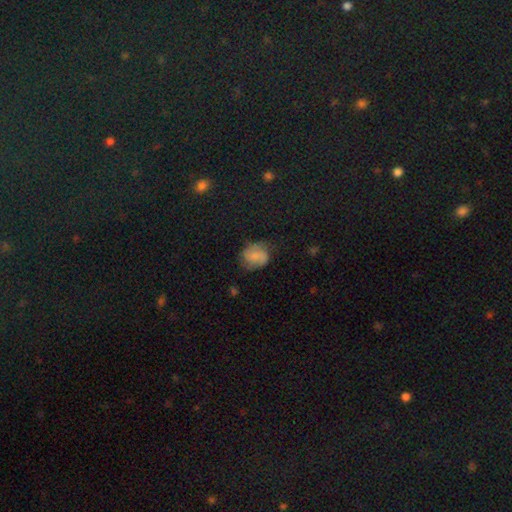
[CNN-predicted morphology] Q: Smooth or featured?
A: smooth (59%); runner-up: featured or disk (32%)
Q: How rounded?
A: round (58%); runner-up: in between (41%)
Q: Merging?
A: none (60%); runner-up: minor disturbance (27%)